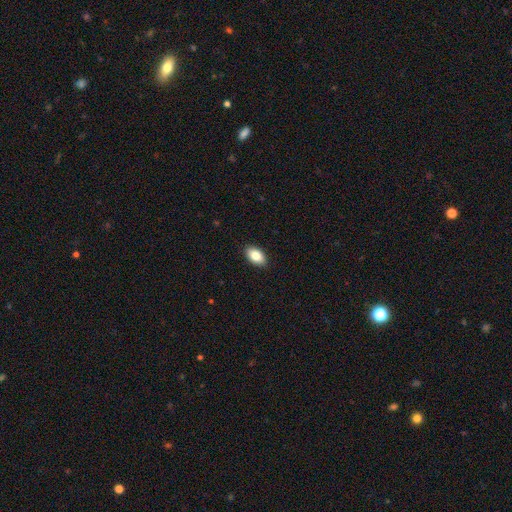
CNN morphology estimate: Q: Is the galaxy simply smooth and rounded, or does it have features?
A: smooth — 84%.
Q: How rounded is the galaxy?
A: in between — 93%.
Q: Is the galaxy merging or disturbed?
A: none — 90%.